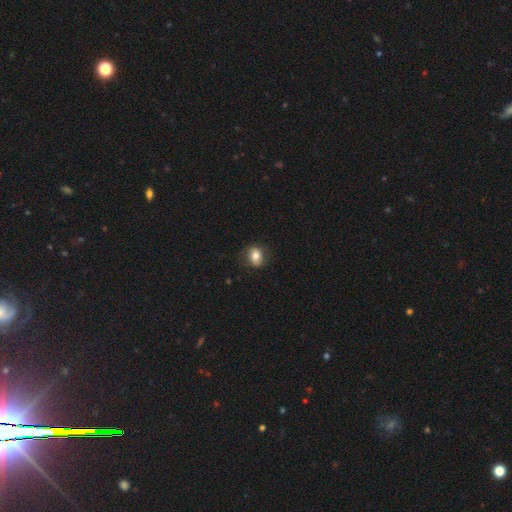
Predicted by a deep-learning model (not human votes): Smooth or featured? Predicted: smooth (p=0.75). How rounded? Predicted: round (p=0.54). Merging? Predicted: none (p=0.81).